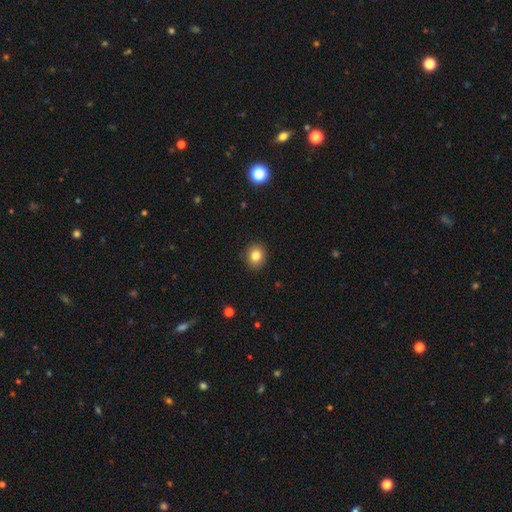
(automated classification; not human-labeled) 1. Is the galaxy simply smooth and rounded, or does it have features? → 82% smooth, 11% star or artifact, 7% featured or disk.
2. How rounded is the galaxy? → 72% round, 27% in between, 1% cigar-shaped.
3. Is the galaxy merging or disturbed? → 90% none, 7% minor disturbance, 2% major disturbance, 1% merger.